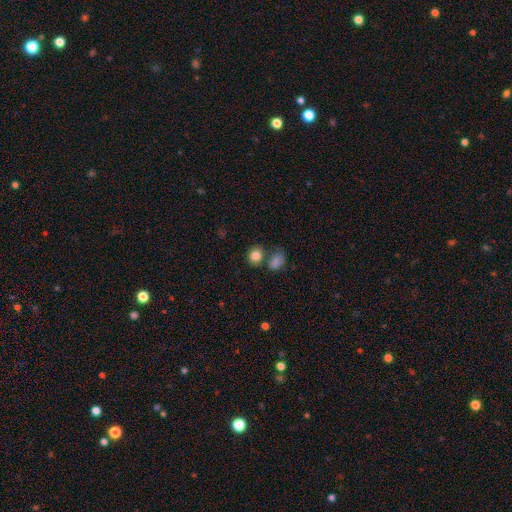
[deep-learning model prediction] A smooth galaxy with no disk features (84%) that is round (66%). Merging: none (63%).